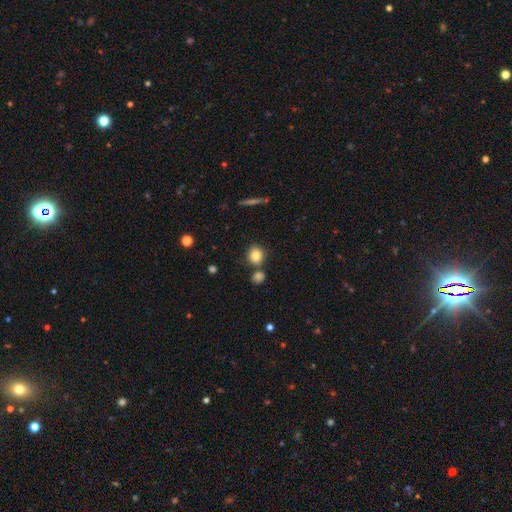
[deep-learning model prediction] This is clearly a smooth galaxy (82%). How rounded: likely round (77%). Merging: likely none (73%).